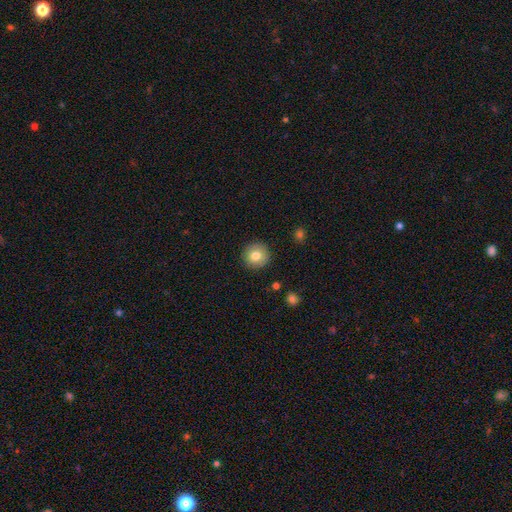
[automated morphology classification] A smooth galaxy with no disk features (80%) that is round (95%). Merging: none (91%).